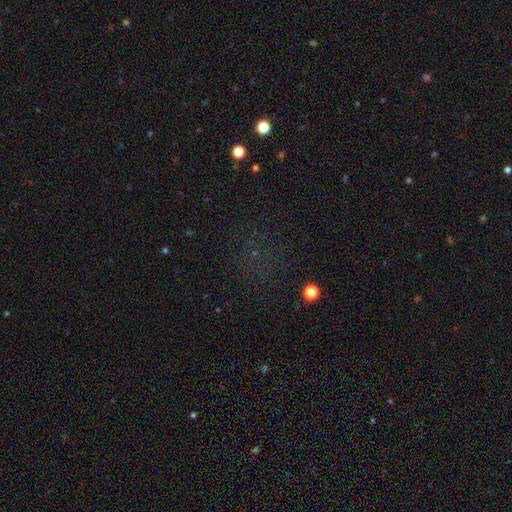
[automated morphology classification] The model was most divided on "smooth or featured": star or artifact: 53%, smooth: 34%, featured or disk: 13%.